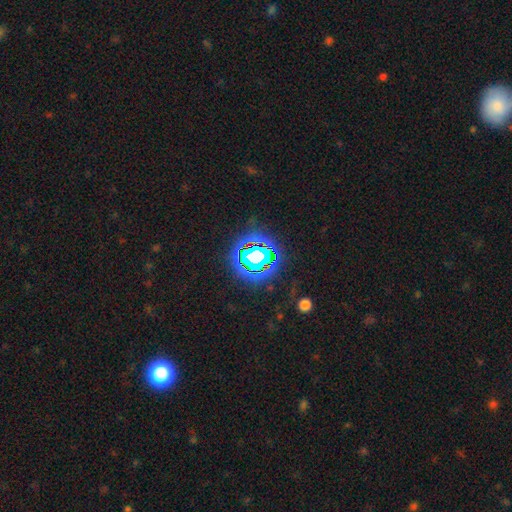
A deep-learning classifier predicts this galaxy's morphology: A star or artifact, not a galaxy (77%).

Vote fractions:
- Smooth or featured? star or artifact: 77% / smooth: 14% / featured or disk: 10%